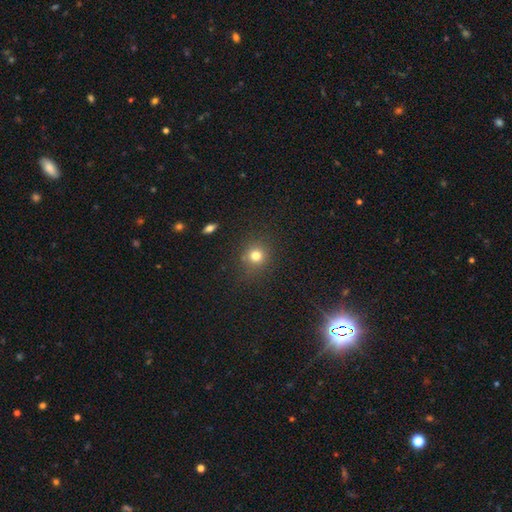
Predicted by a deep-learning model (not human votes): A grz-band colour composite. It shows a smooth galaxy with no disk features (77%) that is round (88%). Merging: none (83%).